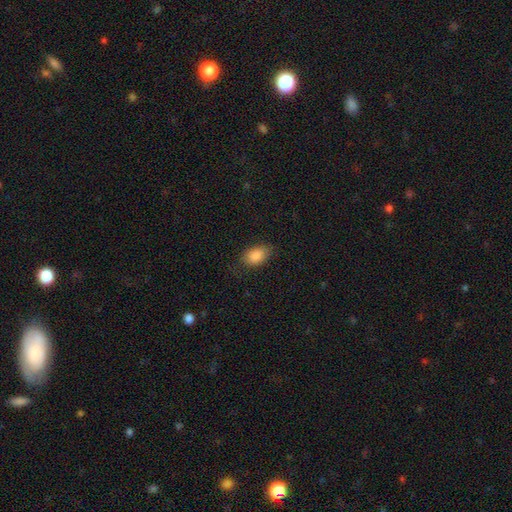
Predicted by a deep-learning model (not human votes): smooth_or_featured: smooth (p=0.88) [alt: star or artifact p=0.07]
how_rounded: in between (p=0.89) [alt: round p=0.09]
merging: none (p=0.78) [alt: minor disturbance p=0.16]